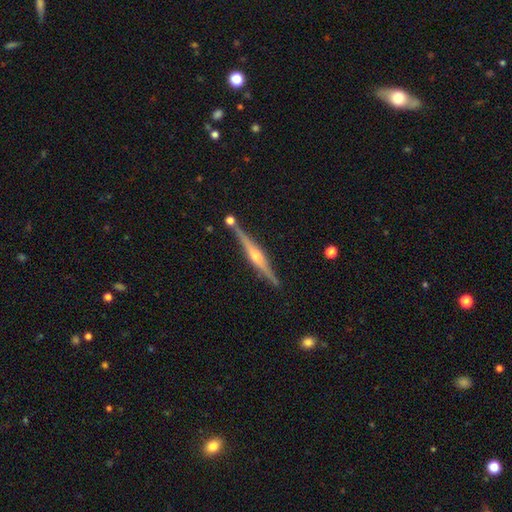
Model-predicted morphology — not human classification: featured or disk 84%, smooth 11%, star or artifact 5%. Down the decision tree: edge-on disk — yes (98%); edge-on bulge — rounded (89%); merging — none (86%).